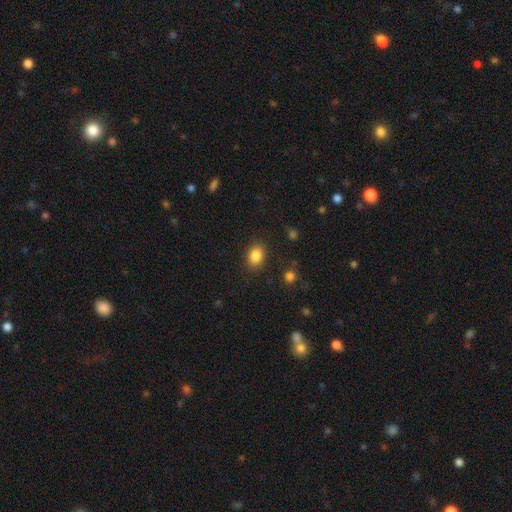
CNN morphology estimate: Smooth or featured? smooth (86%)
How rounded? in between (65%)
Merging? none (86%)